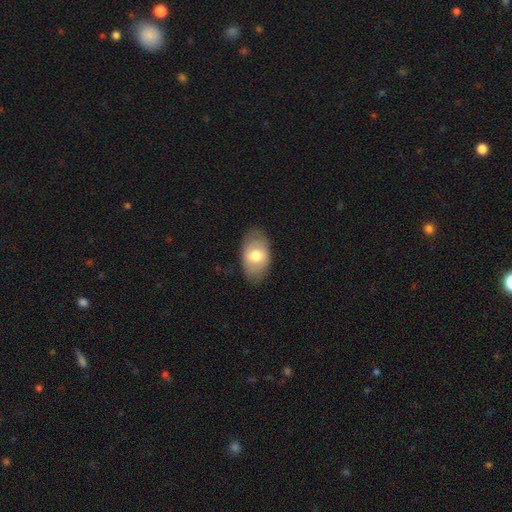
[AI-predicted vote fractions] A smooth galaxy with no disk features (66%) that is in between round and cigar-shaped (91%). Merging: none (78%).